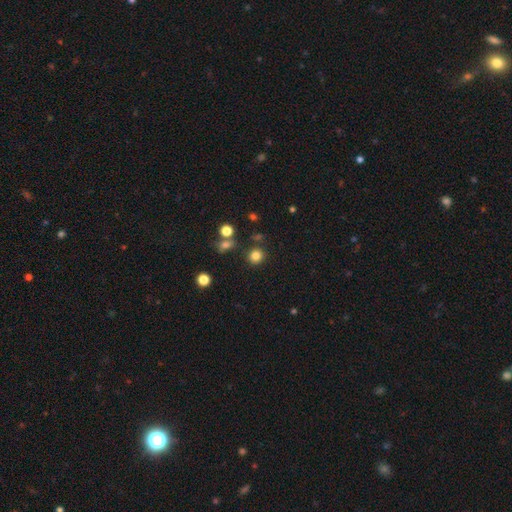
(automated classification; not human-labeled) Smooth or featured?
  - smooth: 81% *
  - star or artifact: 14%
  - featured or disk: 5%
How rounded?
  - round: 86% *
  - in between: 13%
  - cigar-shaped: 1%
Merging?
  - none: 83% *
  - minor disturbance: 8%
  - merger: 5%
  - major disturbance: 3%